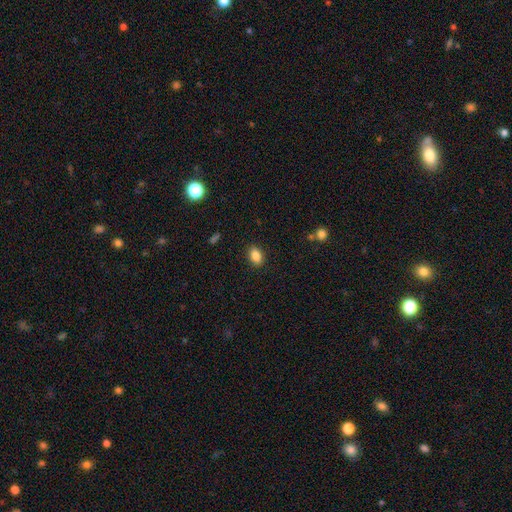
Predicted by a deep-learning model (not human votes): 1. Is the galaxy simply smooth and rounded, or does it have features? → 85% smooth, 9% star or artifact, 6% featured or disk.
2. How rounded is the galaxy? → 81% in between, 18% round, 2% cigar-shaped.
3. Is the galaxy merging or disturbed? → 88% none, 8% minor disturbance, 2% major disturbance, 1% merger.